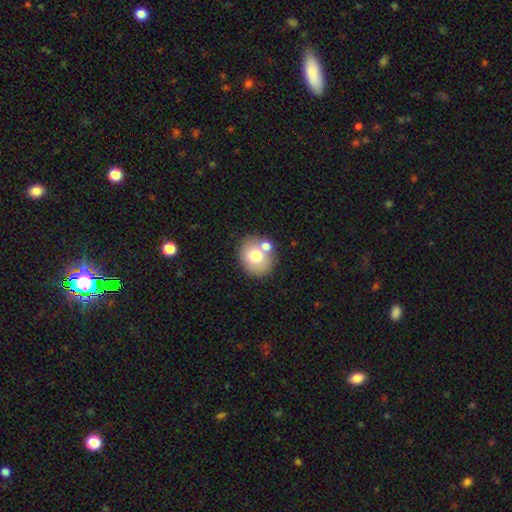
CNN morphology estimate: Smooth or featured? smooth (70%)
How rounded? round (67%)
Merging? none (67%)